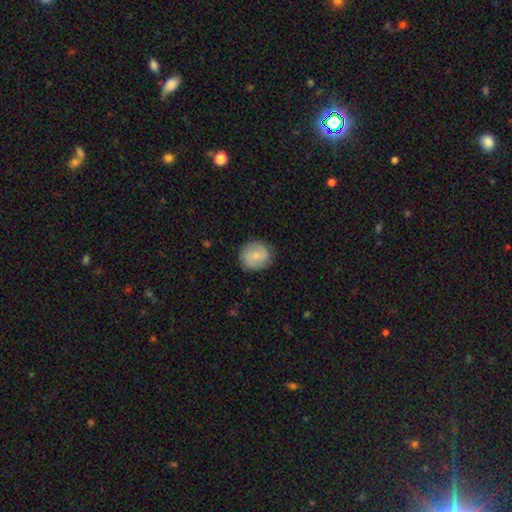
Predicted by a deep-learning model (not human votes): Overall: smooth (60%; featured or disk 34%). How rounded: round (85%). Merging: none (84%).